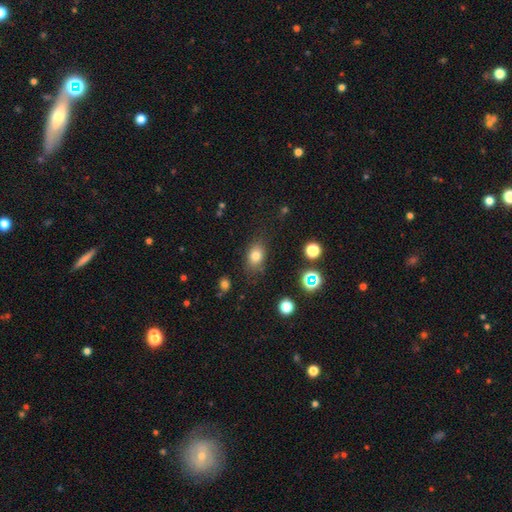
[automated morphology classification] Q: Smooth or featured?
A: smooth (77%); runner-up: star or artifact (13%)
Q: How rounded?
A: in between (73%); runner-up: round (25%)
Q: Merging?
A: none (78%); runner-up: minor disturbance (15%)